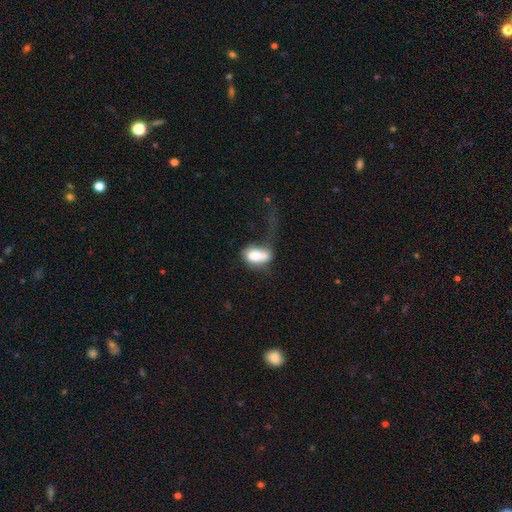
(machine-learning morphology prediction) smooth_or_featured: smooth (p=0.69) [alt: featured or disk p=0.22]
how_rounded: in between (p=0.83) [alt: round p=0.13]
merging: major disturbance (p=0.38) [alt: merger p=0.23]